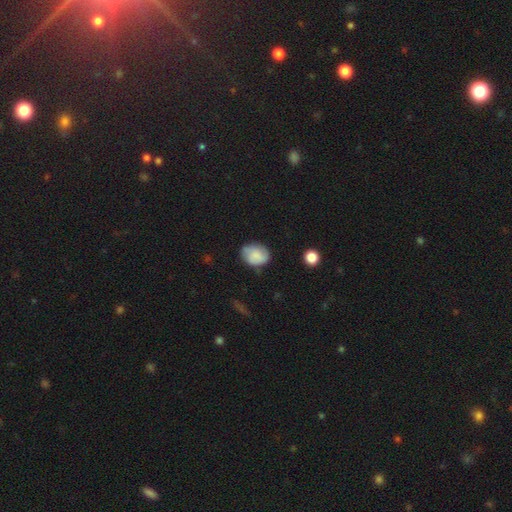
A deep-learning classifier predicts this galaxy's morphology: smooth_or_featured: smooth (p=0.74) [alt: featured or disk p=0.18]
how_rounded: in between (p=0.57) [alt: round p=0.42]
merging: none (p=0.67) [alt: minor disturbance p=0.25]